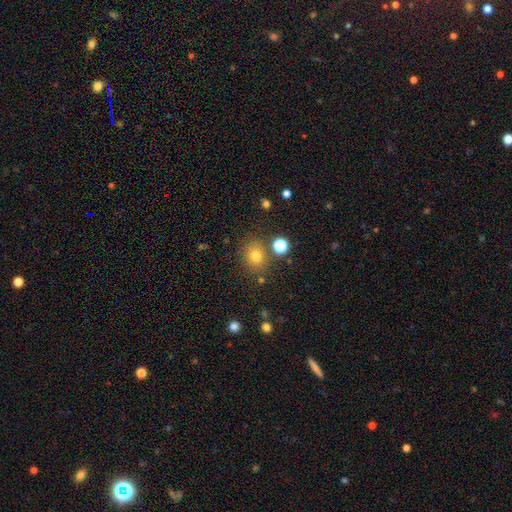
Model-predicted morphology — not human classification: Smooth or featured: smooth — 75% (star or artifact — 17%)
How rounded: round — 75% (in between — 24%)
Merging: none — 79% (minor disturbance — 10%)